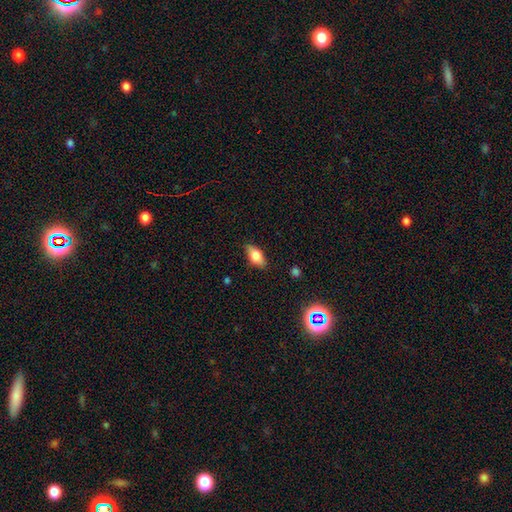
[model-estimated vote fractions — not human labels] Morphology: type=smooth (79%); roundness=in between (88%); merging=none (83%).